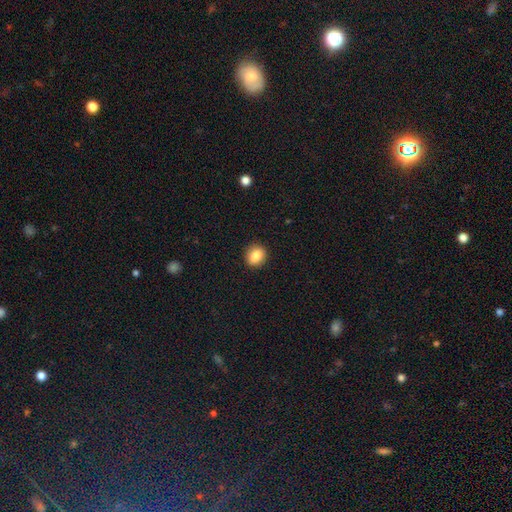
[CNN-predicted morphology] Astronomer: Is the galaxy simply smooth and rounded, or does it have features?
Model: smooth — 86%.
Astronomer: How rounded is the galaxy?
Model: round — 60% (runner-up: in between, 39%).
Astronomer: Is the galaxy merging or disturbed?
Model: none — 88%.